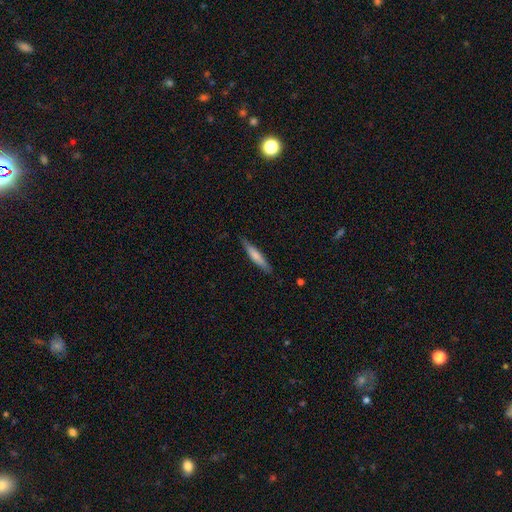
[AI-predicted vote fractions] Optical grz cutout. It shows a smooth galaxy with no disk features (68%) that is cigar-shaped (89%). Merging: none (84%).